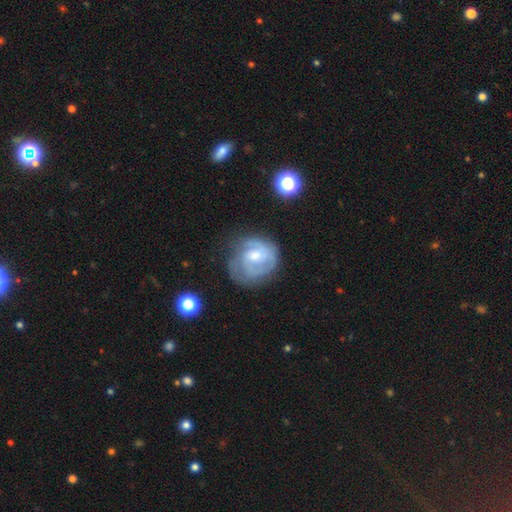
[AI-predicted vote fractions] Q: Smooth or featured?
A: featured or disk (78%); runner-up: smooth (16%)
Q: Edge-on disk?
A: no (98%); runner-up: yes (2%)
Q: Bar?
A: no (47%); runner-up: weak (45%)
Q: Spiral arms?
A: yes (92%); runner-up: no (8%)
Q: Spiral winding?
A: tight (51%); runner-up: medium (38%)
Q: Spiral arm count?
A: 2 (43%); runner-up: can't tell (24%)
Q: Bulge size?
A: moderate (47%); runner-up: small (42%)
Q: Merging?
A: none (59%); runner-up: minor disturbance (24%)